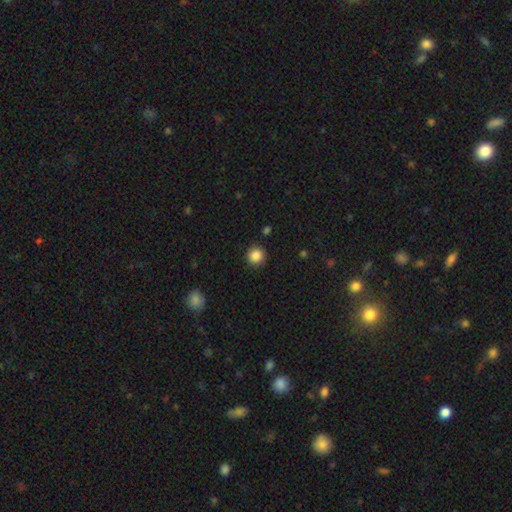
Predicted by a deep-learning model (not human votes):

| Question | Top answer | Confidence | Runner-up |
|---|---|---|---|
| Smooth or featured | smooth | 86% | star or artifact (10%) |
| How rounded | round | 92% | in between (7%) |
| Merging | none | 90% | minor disturbance (7%) |